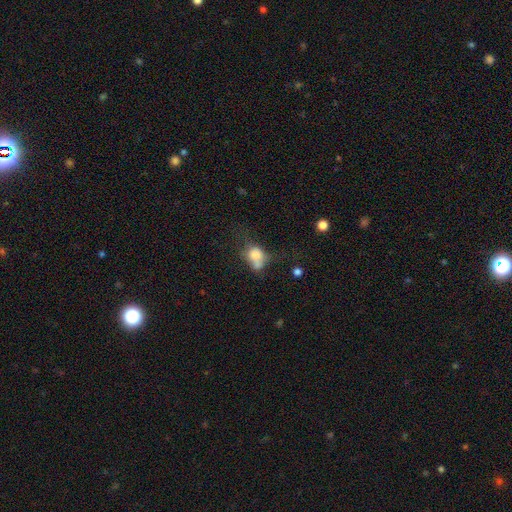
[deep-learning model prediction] Overall: smooth (68%). How rounded: in between (66%; round 32%). Merging: major disturbance (28%; merger 27%).